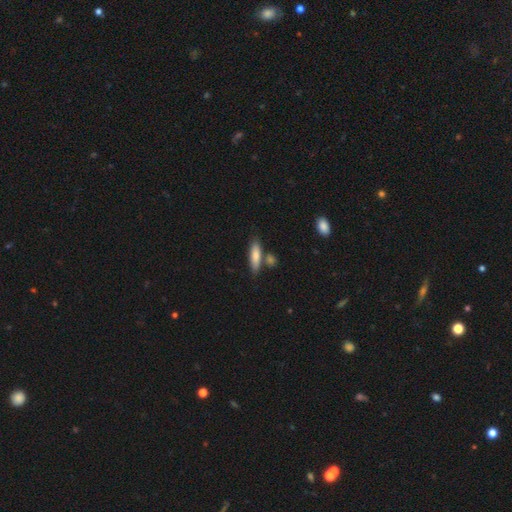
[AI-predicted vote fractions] Smooth or featured: smooth — 78% (featured or disk — 16%)
How rounded: cigar-shaped — 62% (in between — 36%)
Merging: none — 69% (merger — 15%)